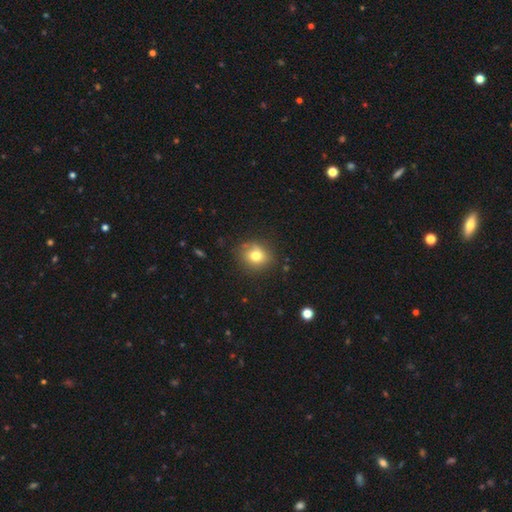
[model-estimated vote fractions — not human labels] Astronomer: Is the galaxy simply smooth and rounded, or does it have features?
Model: smooth — 75%.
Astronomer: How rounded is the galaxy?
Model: round — 73%.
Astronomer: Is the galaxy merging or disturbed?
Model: none — 77%.